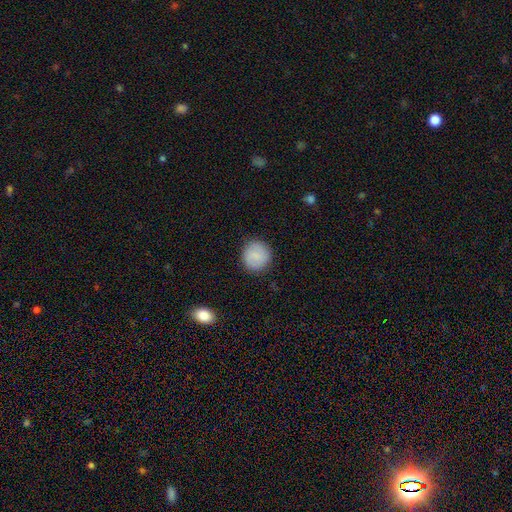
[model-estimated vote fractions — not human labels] Smooth or featured?
  - smooth: 84% *
  - featured or disk: 9%
  - star or artifact: 7%
How rounded?
  - round: 93% *
  - in between: 6%
  - cigar-shaped: 1%
Merging?
  - none: 88% *
  - minor disturbance: 9%
  - major disturbance: 2%
  - merger: 1%